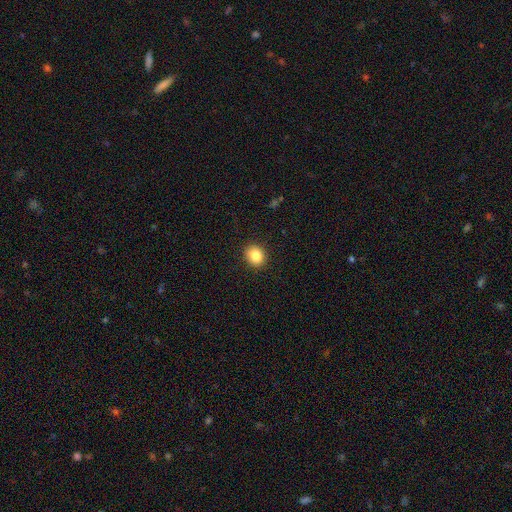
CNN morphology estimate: This appears to be a smooth galaxy with no disk features (84%) that is round (68%). Merging: none (90%).